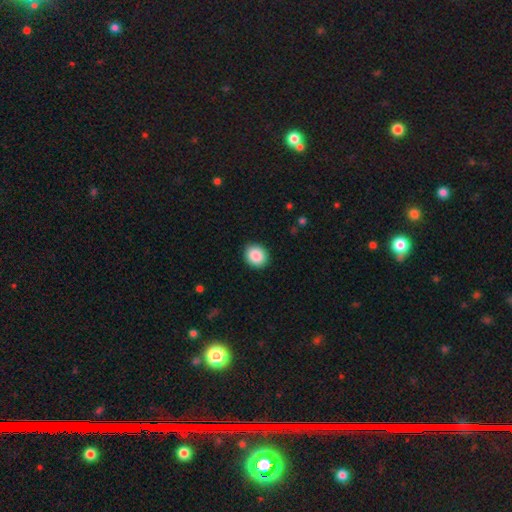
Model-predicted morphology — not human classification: Smooth or featured?
  - smooth: 88% *
  - star or artifact: 8%
  - featured or disk: 4%
How rounded?
  - round: 69% *
  - in between: 30%
  - cigar-shaped: 1%
Merging?
  - none: 91% *
  - minor disturbance: 7%
  - major disturbance: 2%
  - merger: 1%